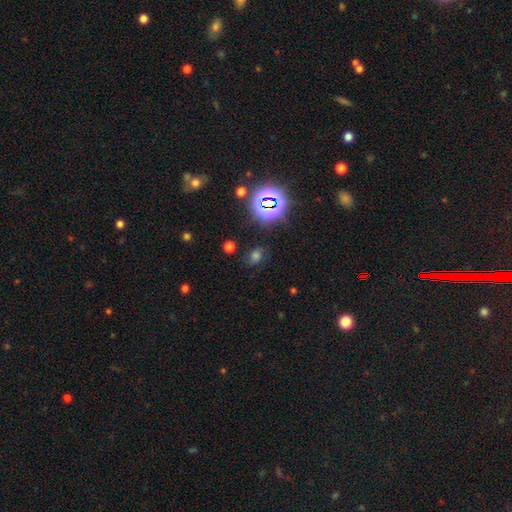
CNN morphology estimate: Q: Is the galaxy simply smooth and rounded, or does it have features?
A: smooth — 50%.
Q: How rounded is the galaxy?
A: in between — 57%.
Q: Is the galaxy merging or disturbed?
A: none — 75%.